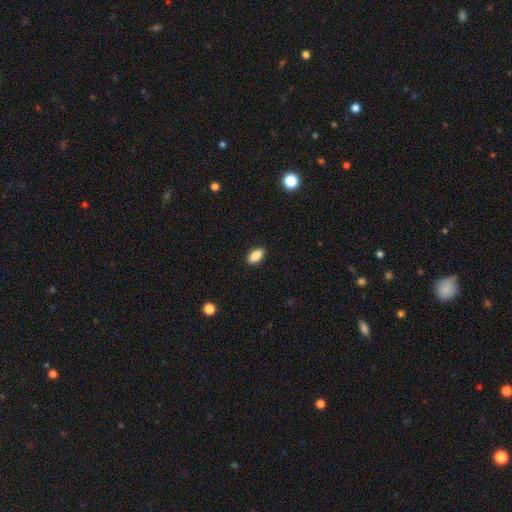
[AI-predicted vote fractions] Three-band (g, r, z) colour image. It shows a smooth galaxy with no disk features (88%) that is in between round and cigar-shaped (91%). Merging: none (90%).